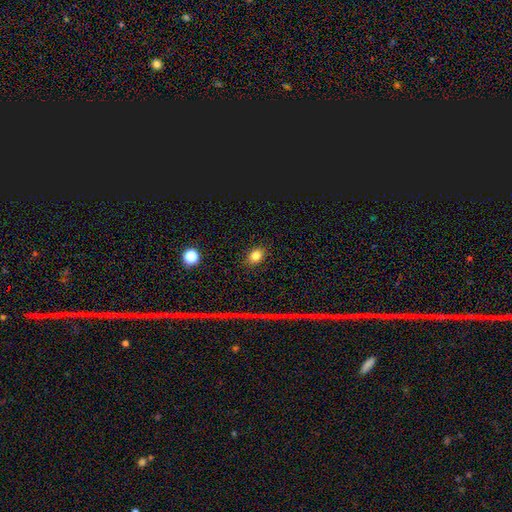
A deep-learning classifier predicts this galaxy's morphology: type=smooth (80%); roundness=in between (60%); merging=none (88%).